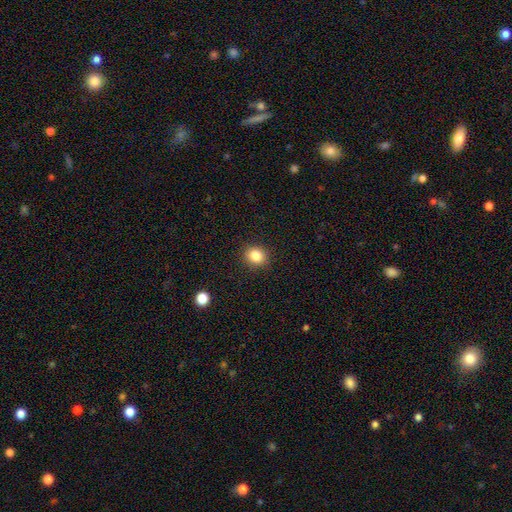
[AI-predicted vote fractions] smooth-or-featured: smooth: 84% | star or artifact: 11% | featured or disk: 5%
  how-rounded: round: 75% | in between: 24% | cigar-shaped: 1%
  merging: none: 90% | minor disturbance: 7% | major disturbance: 2% | merger: 1%